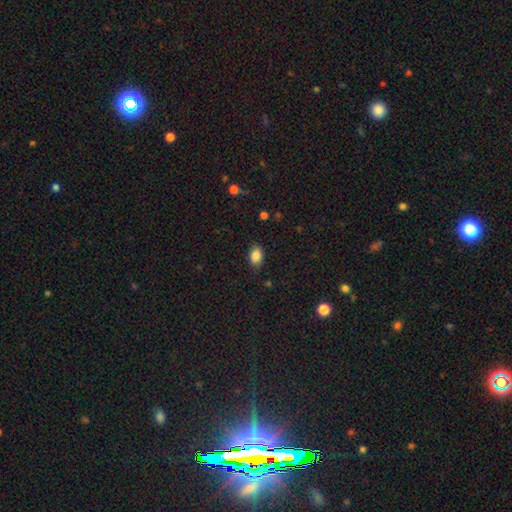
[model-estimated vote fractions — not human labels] Smooth or featured: smooth — 87% (star or artifact — 9%)
How rounded: in between — 86% (round — 13%)
Merging: none — 84% (minor disturbance — 12%)